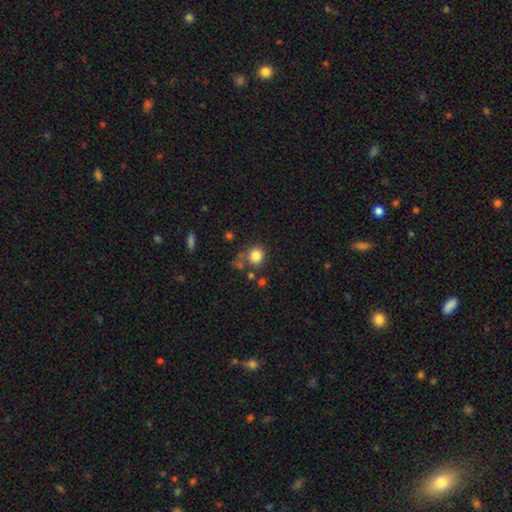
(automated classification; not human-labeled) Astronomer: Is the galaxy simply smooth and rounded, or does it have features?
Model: smooth — 83%.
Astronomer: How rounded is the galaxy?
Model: round — 86%.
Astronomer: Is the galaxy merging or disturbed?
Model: none — 70%.